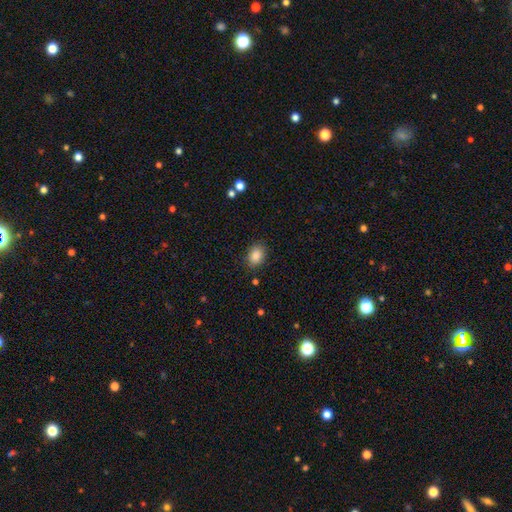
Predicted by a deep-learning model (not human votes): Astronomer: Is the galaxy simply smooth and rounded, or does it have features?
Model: smooth — 87%.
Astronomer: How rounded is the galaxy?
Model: in between — 69%.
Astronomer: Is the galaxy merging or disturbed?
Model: none — 84%.